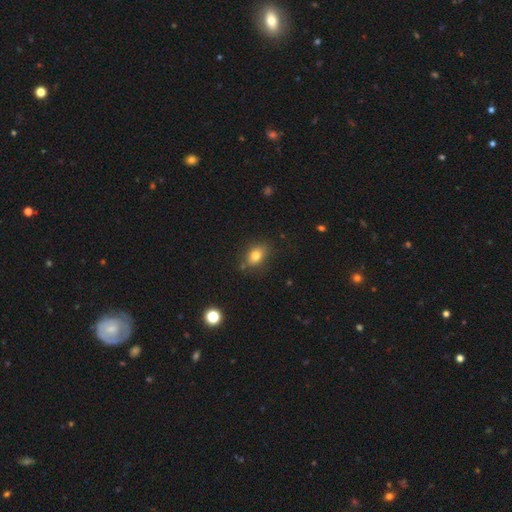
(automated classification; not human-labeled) The model was most divided on "how rounded": in between: 73%, round: 25%, cigar-shaped: 2%. More confident: smooth or featured — smooth (80%); merging — none (79%).